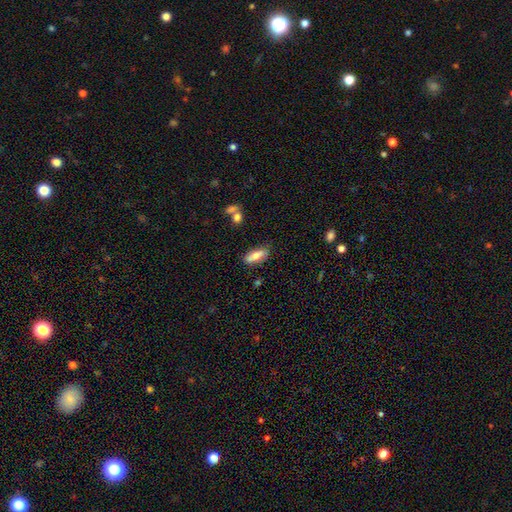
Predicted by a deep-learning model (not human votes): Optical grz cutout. It shows a smooth galaxy with no disk features (69%) that is in between round and cigar-shaped (71%). Merging: none (78%).